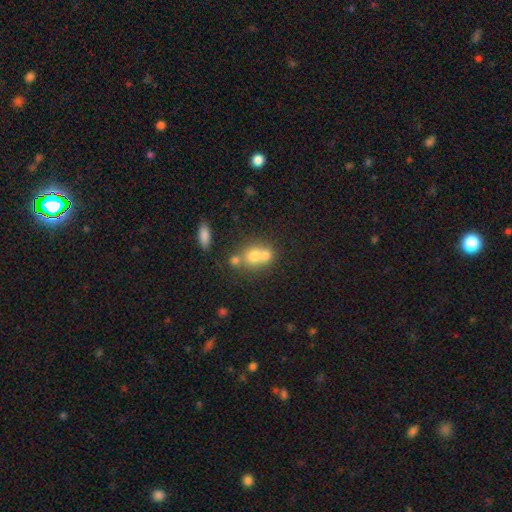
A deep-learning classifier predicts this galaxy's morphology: Overall: smooth (65%). How rounded: round (68%; in between 31%). Merging: merger (59%; none 31%).